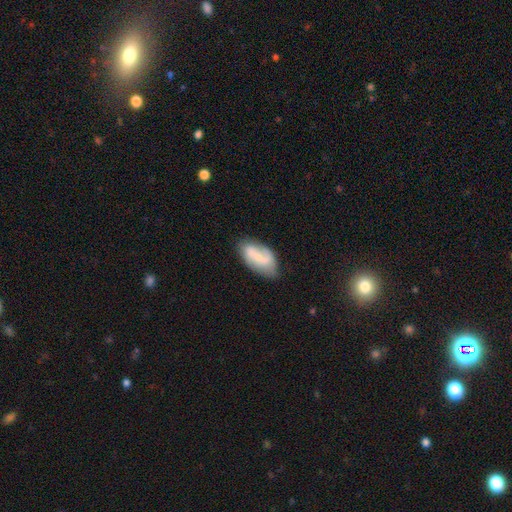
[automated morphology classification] This appears to be a featured or disk galaxy (54%) with no bar (50%), spiral arms (79%) and a small central bulge (60%). Merging: none (60%).